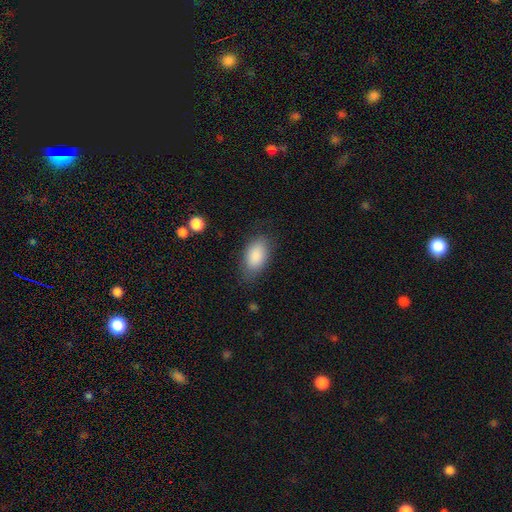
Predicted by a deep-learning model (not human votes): smooth_or_featured: smooth (p=0.88) [alt: star or artifact p=0.06]
how_rounded: in between (p=0.93) [alt: round p=0.04]
merging: none (p=0.78) [alt: minor disturbance p=0.16]